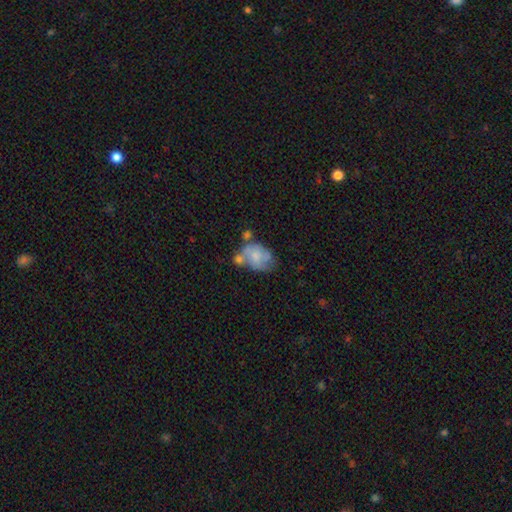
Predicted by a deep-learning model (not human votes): Smooth or featured? smooth (49%)
Merging? none (31%)